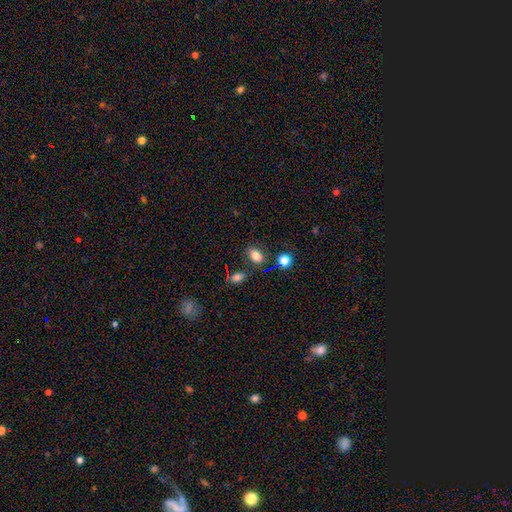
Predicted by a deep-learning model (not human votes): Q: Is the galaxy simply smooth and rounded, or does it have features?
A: smooth — 79%.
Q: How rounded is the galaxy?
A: in between — 82%.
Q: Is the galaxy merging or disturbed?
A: none — 75%.